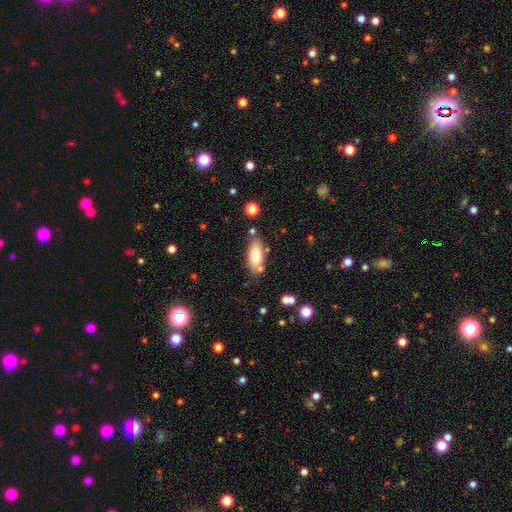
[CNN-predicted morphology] Smooth or featured: smooth — 73% (featured or disk — 20%)
How rounded: in between — 85% (cigar-shaped — 12%)
Merging: none — 74% (minor disturbance — 15%)